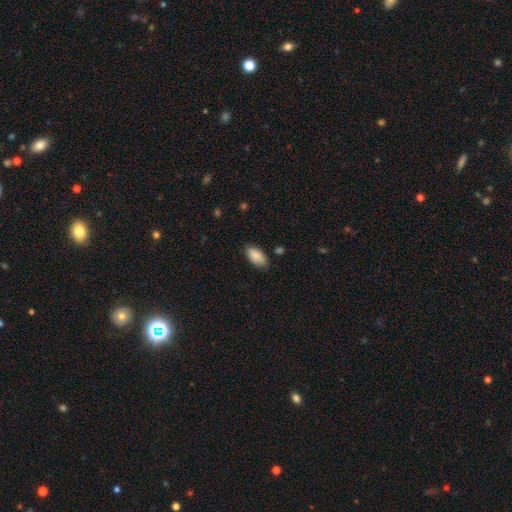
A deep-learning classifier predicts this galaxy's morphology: smooth-or-featured: smooth: 89% | star or artifact: 6% | featured or disk: 5%
  how-rounded: in between: 93% | cigar-shaped: 5% | round: 2%
  merging: none: 81% | minor disturbance: 15% | major disturbance: 3% | merger: 1%